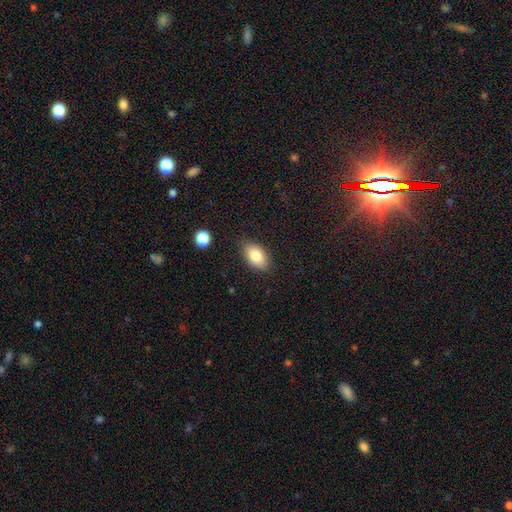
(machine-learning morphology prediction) smooth-or-featured: smooth: 81% | featured or disk: 11% | star or artifact: 8%
  how-rounded: in between: 92% | round: 6% | cigar-shaped: 2%
  merging: none: 84% | minor disturbance: 12% | major disturbance: 3% | merger: 1%